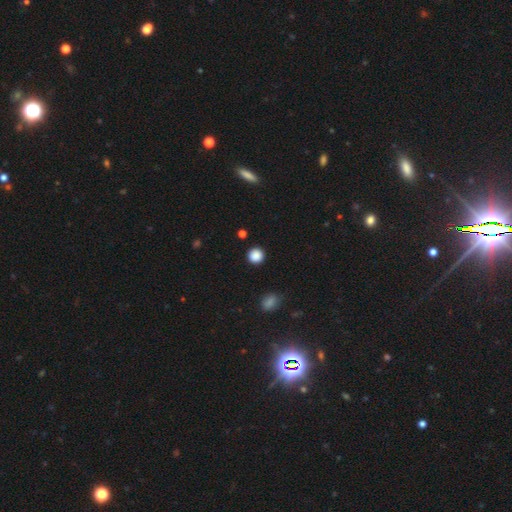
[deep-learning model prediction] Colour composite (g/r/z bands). It shows a smooth galaxy with no disk features (86%) that is round (93%). Merging: none (91%).